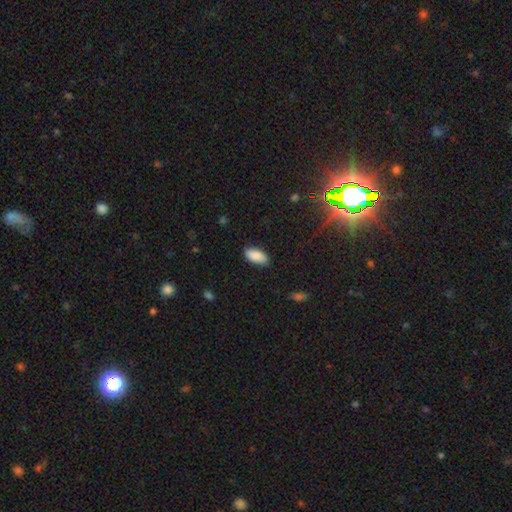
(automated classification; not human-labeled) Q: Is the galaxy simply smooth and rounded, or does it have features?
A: smooth — 88%.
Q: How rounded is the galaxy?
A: in between — 91%.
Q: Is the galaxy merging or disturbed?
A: none — 86%.